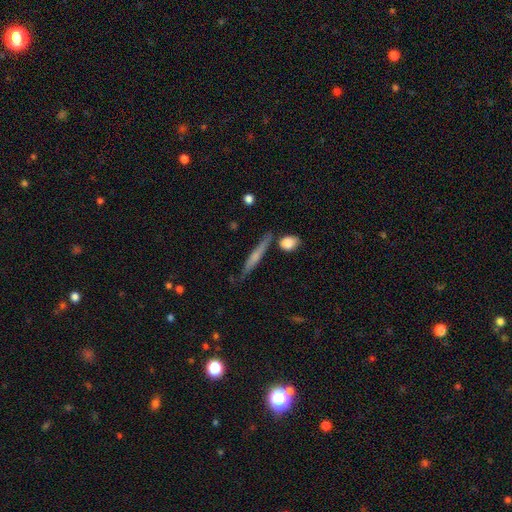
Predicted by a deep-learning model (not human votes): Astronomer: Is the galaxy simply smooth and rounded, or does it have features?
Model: featured or disk — 51% (runner-up: smooth, 42%).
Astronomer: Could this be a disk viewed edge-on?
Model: yes — 95%.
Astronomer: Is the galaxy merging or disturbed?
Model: none — 80%.